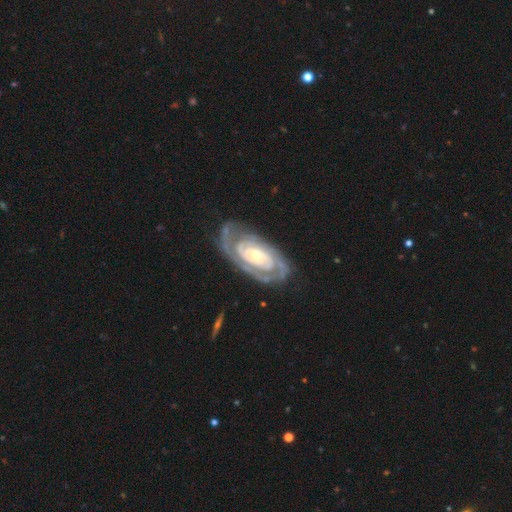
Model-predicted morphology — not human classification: This is clearly a featured or disk galaxy (87%). It is clearly not viewed edge-on (95%). Bar: likely no (70%). Spiral arm pattern: clearly yes (93%). Spiral arm count: possibly 2 (46%). Spiral winding: likely tight (76%). Central bulge: possibly small (56%). Merging: likely none (72%).